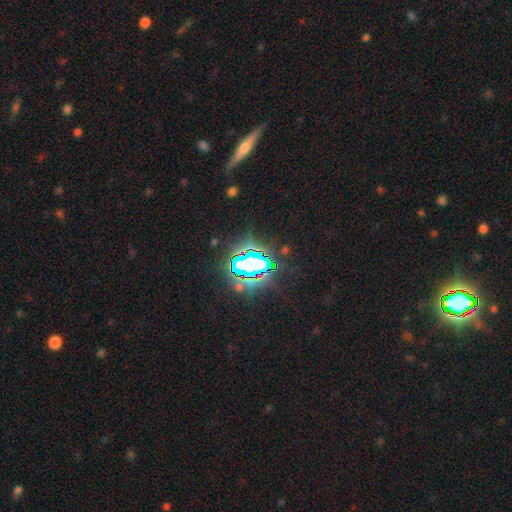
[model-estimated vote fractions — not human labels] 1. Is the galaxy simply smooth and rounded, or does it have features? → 73% star or artifact, 16% smooth, 11% featured or disk.